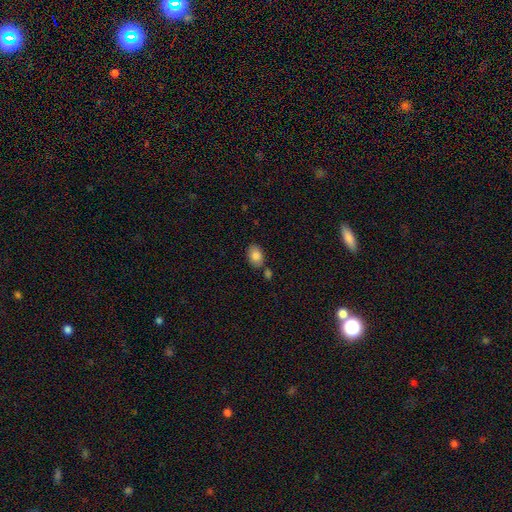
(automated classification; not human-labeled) Smooth or featured? Predicted: smooth (p=0.84). How rounded? Predicted: in between (p=0.83). Merging? Predicted: none (p=0.73).